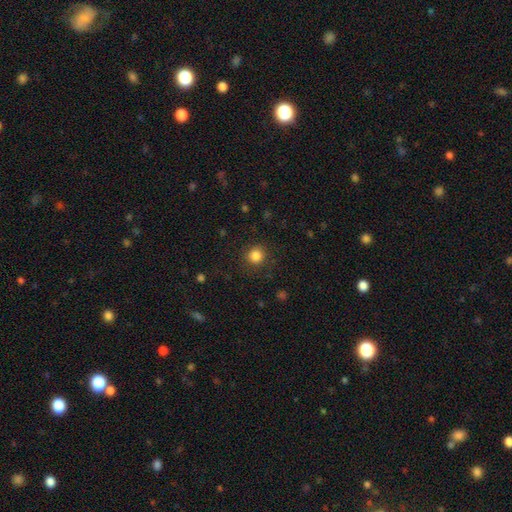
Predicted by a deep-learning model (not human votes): smooth-or-featured: smooth: 84% | star or artifact: 11% | featured or disk: 4%
  how-rounded: round: 92% | in between: 7% | cigar-shaped: 1%
  merging: none: 88% | minor disturbance: 7% | major disturbance: 3% | merger: 1%